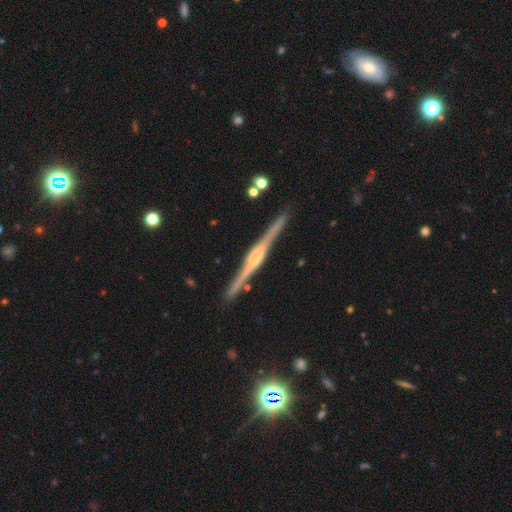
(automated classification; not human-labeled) featured or disk 87%, smooth 8%, star or artifact 5%. Down the decision tree: edge-on disk — yes (99%); edge-on bulge — rounded (60%); merging — none (91%).